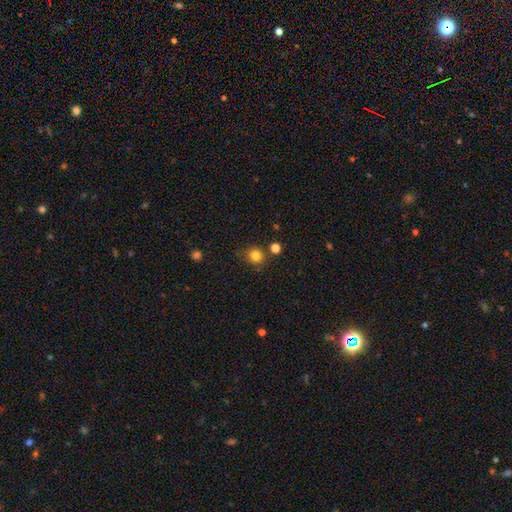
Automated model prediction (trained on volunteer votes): smooth_or_featured: smooth (p=0.81) [alt: star or artifact p=0.14]
how_rounded: round (p=0.87) [alt: in between p=0.12]
merging: none (p=0.79) [alt: minor disturbance p=0.12]